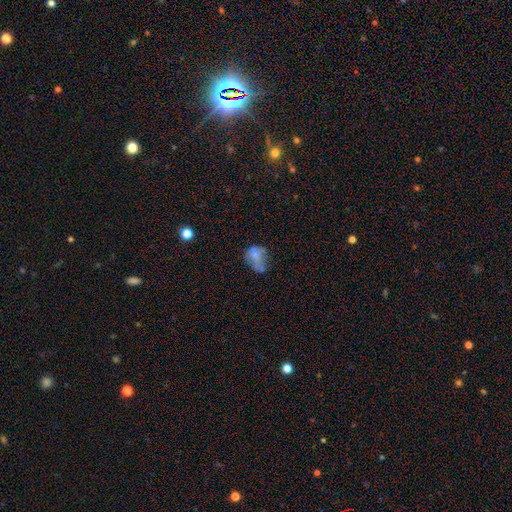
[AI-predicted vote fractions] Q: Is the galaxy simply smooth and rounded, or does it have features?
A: smooth — 63%.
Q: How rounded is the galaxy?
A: in between — 57%.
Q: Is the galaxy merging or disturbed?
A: none — 31%, tied with minor disturbance.